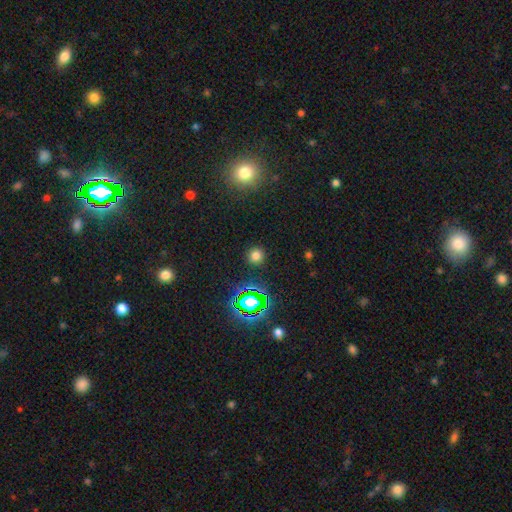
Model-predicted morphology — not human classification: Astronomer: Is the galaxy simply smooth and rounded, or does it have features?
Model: smooth — 71%.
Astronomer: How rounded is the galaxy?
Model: round — 94%.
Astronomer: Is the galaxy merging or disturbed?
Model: none — 91%.